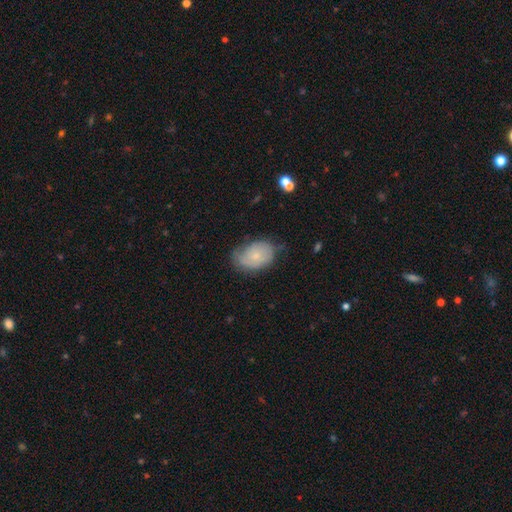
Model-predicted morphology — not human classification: Smooth or featured?
  - smooth: 55% *
  - featured or disk: 38%
  - star or artifact: 8%
How rounded?
  - in between: 78% *
  - round: 21%
  - cigar-shaped: 1%
Merging?
  - none: 54% *
  - minor disturbance: 33%
  - major disturbance: 11%
  - merger: 2%